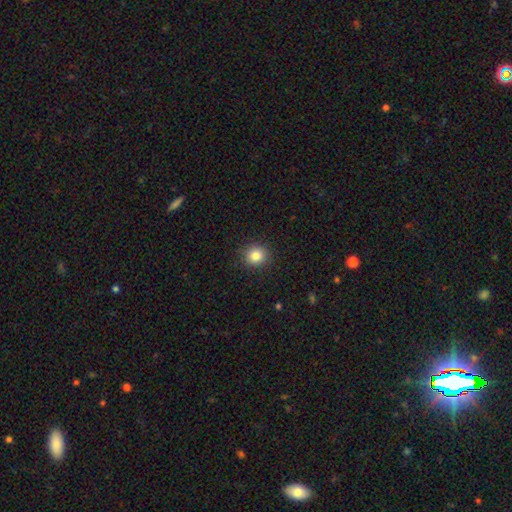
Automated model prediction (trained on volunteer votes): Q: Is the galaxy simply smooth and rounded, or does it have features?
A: smooth — 83%.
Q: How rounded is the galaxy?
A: round — 86%.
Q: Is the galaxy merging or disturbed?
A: none — 90%.